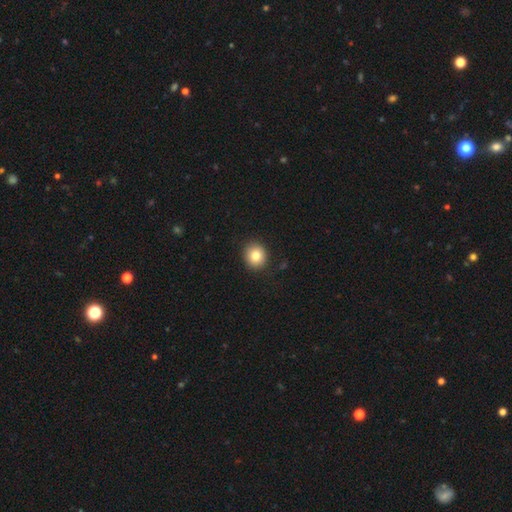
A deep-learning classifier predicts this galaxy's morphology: A smooth galaxy with no disk features (81%) that is round (83%).

Vote fractions:
- Smooth or featured? smooth: 81% / star or artifact: 10% / featured or disk: 9%
- How rounded? round: 83% / in between: 16% / cigar-shaped: 1%
- Merging? none: 90% / minor disturbance: 7% / major disturbance: 2% / merger: 1%